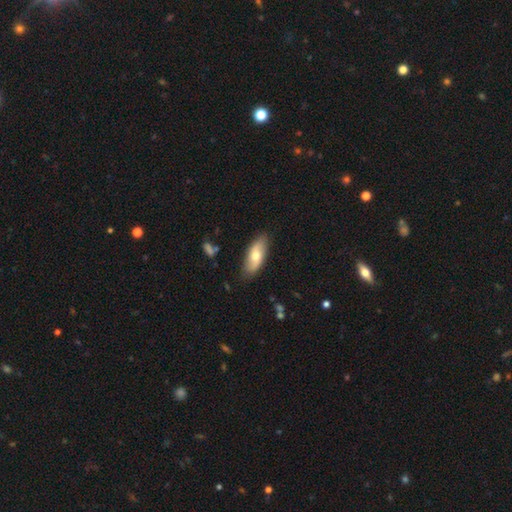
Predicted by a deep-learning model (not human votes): Smooth or featured?
  - smooth: 60% *
  - featured or disk: 34%
  - star or artifact: 6%
How rounded?
  - in between: 81% *
  - cigar-shaped: 16%
  - round: 3%
Merging?
  - none: 84% *
  - minor disturbance: 13%
  - major disturbance: 2%
  - merger: 1%